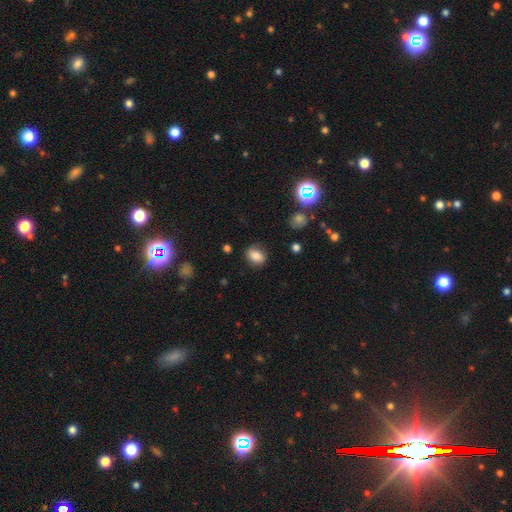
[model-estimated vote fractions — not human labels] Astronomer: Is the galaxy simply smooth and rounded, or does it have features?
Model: smooth — 80%.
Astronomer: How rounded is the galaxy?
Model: in between — 62%.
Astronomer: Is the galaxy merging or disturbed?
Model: none — 82%.